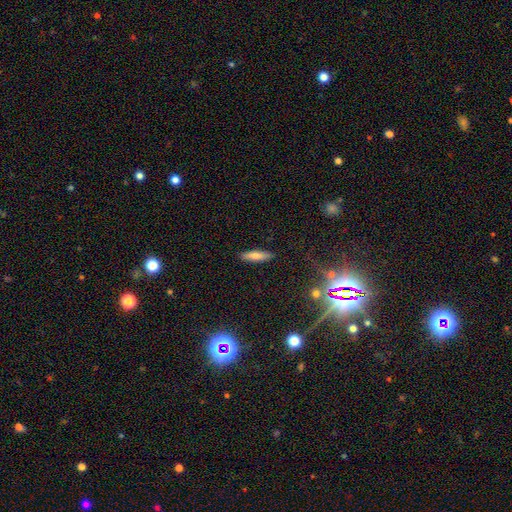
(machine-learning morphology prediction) A smooth galaxy with no disk features (73%) that is cigar-shaped (67%). Merging: none (89%).